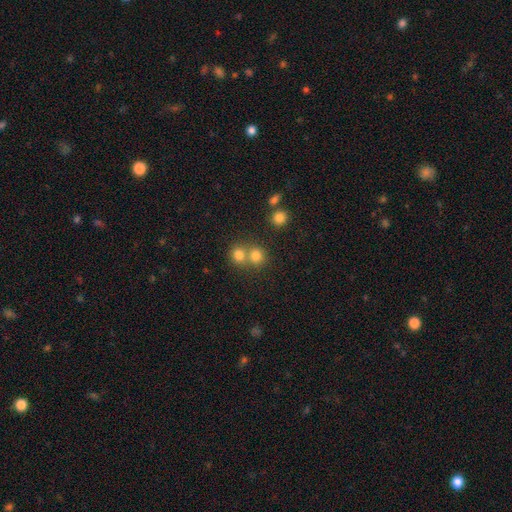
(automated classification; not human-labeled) This appears to be a smooth galaxy with no disk features (78%) that is round (86%). Merging: none (49%).